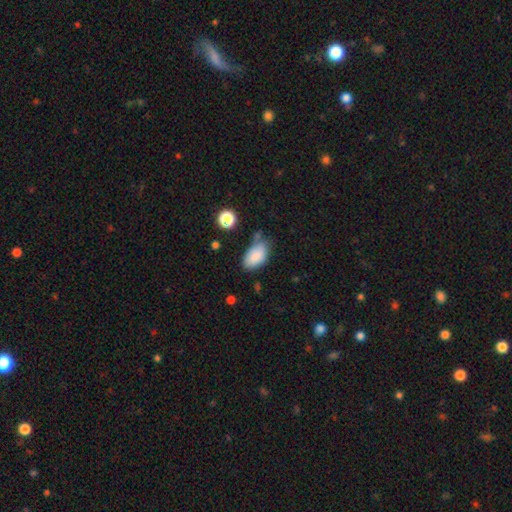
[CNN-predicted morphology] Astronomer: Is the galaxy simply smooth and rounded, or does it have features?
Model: smooth — 85%.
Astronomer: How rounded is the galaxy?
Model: in between — 93%.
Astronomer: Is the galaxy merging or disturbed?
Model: none — 59%.